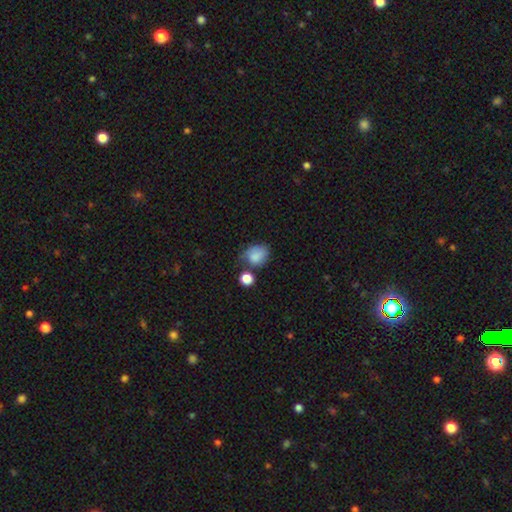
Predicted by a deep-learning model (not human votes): Smooth or featured?
  - smooth: 79% *
  - featured or disk: 12%
  - star or artifact: 9%
How rounded?
  - in between: 54% *
  - round: 45%
  - cigar-shaped: 1%
Merging?
  - none: 40% *
  - minor disturbance: 30%
  - major disturbance: 15%
  - merger: 15%